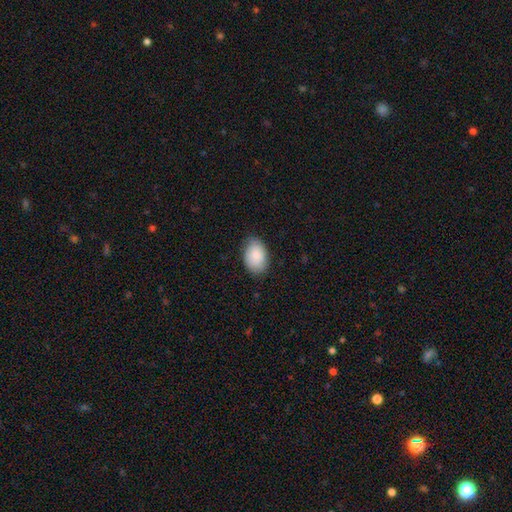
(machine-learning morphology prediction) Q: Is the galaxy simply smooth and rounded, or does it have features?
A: smooth — 87%.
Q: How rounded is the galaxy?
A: in between — 88%.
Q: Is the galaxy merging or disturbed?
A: none — 79%.